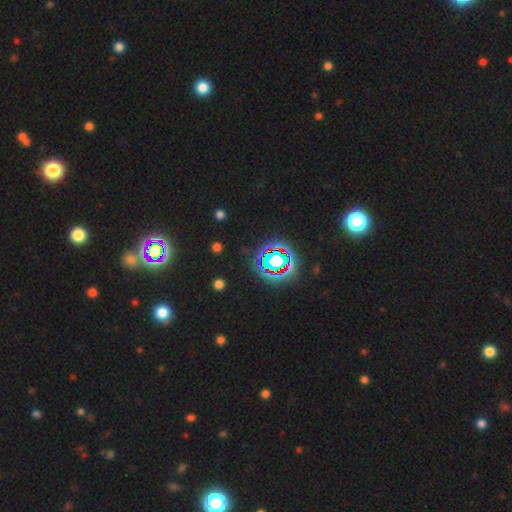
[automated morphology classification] Smooth or featured? star or artifact (78%)